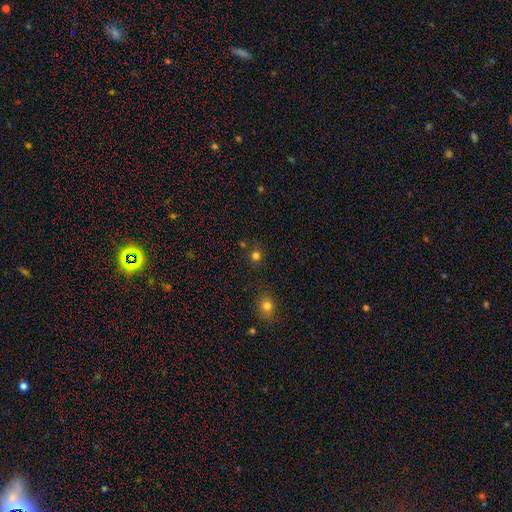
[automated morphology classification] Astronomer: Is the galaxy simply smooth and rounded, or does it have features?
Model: smooth — 73%.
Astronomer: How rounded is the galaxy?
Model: round — 89%.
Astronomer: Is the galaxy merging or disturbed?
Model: none — 80%.